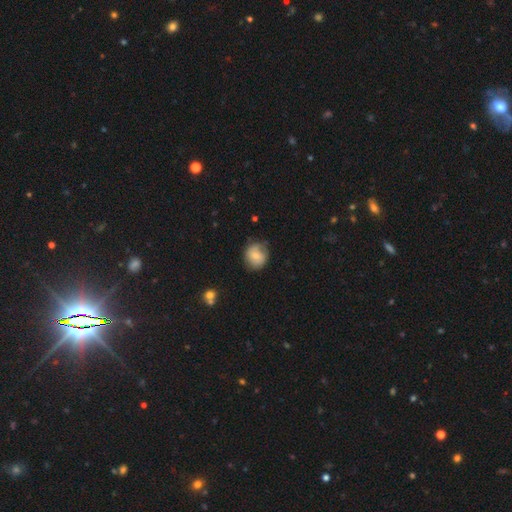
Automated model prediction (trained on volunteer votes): Overall: smooth (63%; featured or disk 29%). How rounded: round (79%). Merging: none (68%).